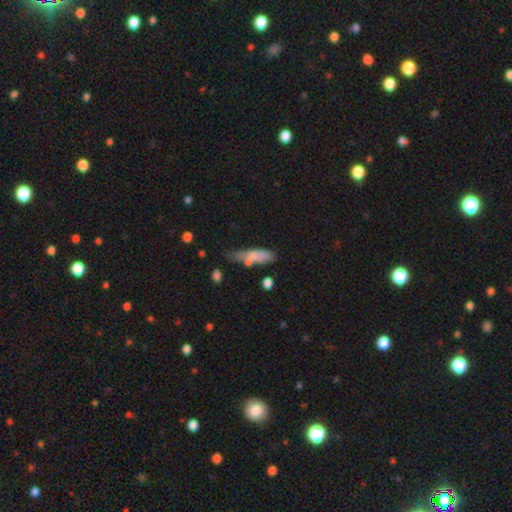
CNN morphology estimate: Overall: smooth (70%). How rounded: cigar-shaped (61%; in between 37%). Merging: none (50%; minor disturbance 26%).